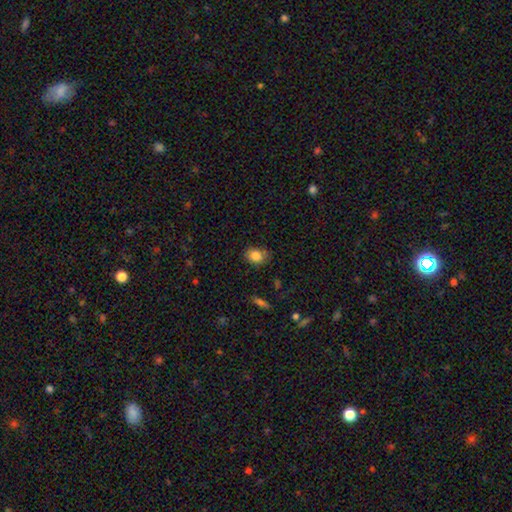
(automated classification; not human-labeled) smooth 84%, star or artifact 9%, featured or disk 7%. Down the decision tree: how rounded — in between (67%); merging — none (73%).